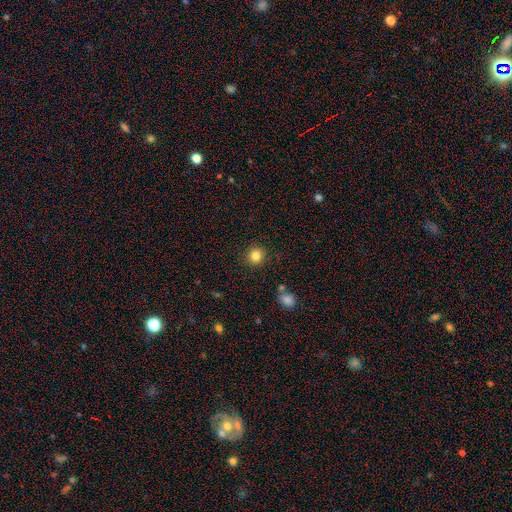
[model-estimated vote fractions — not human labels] This appears to be a smooth galaxy with no disk features (83%) that is round (90%). Merging: none (89%).